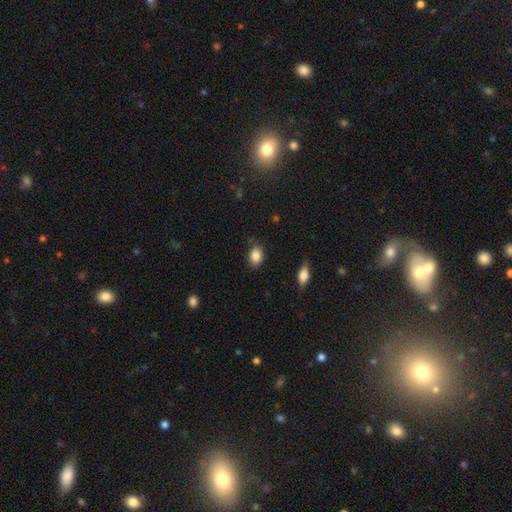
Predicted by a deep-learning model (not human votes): This appears to be a smooth galaxy with no disk features (87%) that is in between round and cigar-shaped (74%). Merging: none (76%).